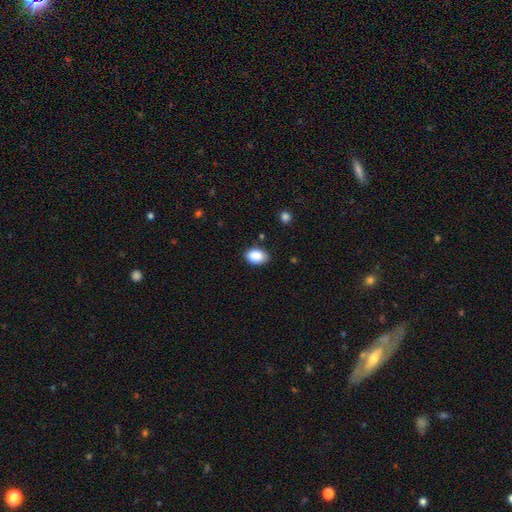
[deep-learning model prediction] Morphology: type=smooth (89%); roundness=in between (86%); merging=none (82%).